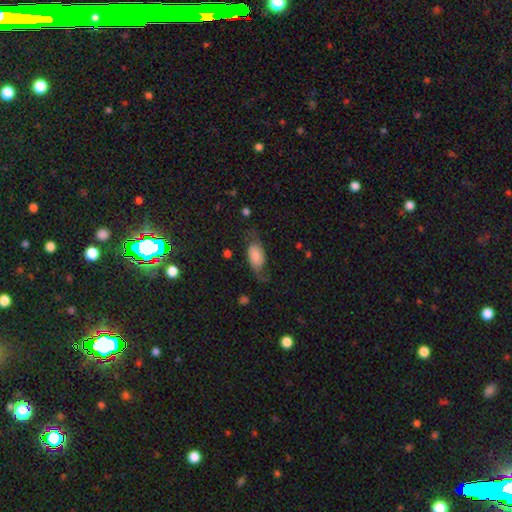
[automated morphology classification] The model was most divided on "smooth or featured": smooth: 52%, featured or disk: 39%, star or artifact: 9%. More confident: how rounded — in between (90%); merging — none (53%).